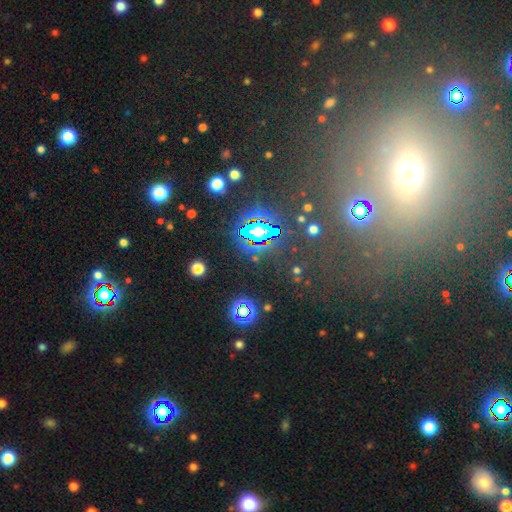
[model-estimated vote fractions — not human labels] Q: Smooth or featured?
A: star or artifact (75%); runner-up: smooth (14%)